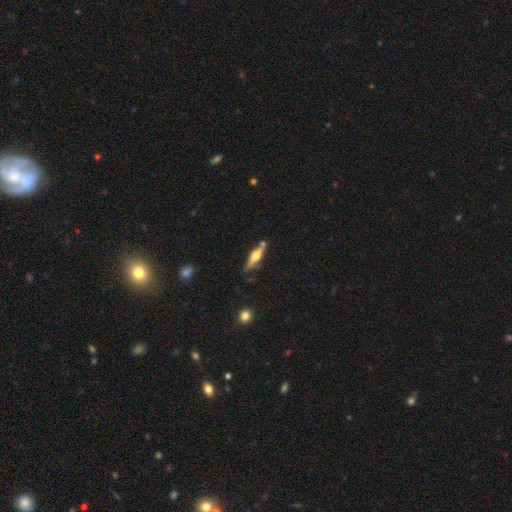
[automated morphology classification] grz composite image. It shows a featured or disk galaxy (55%) viewed edge-on (91%). Merging: none (66%).